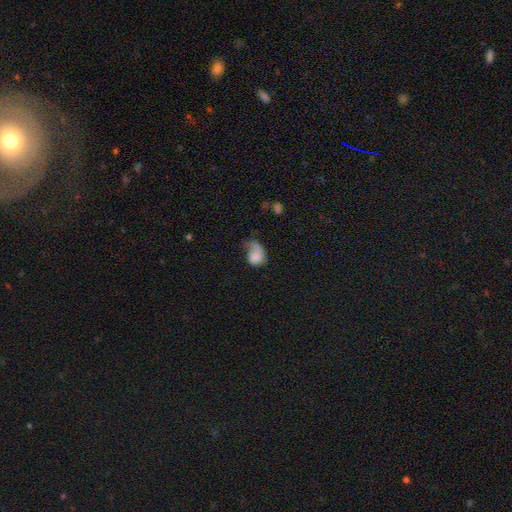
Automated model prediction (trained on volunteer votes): The model was most divided on "merging": major disturbance: 47%, minor disturbance: 26%, none: 22%, merger: 5%. More confident: how rounded — in between (69%); smooth or featured — smooth (66%).